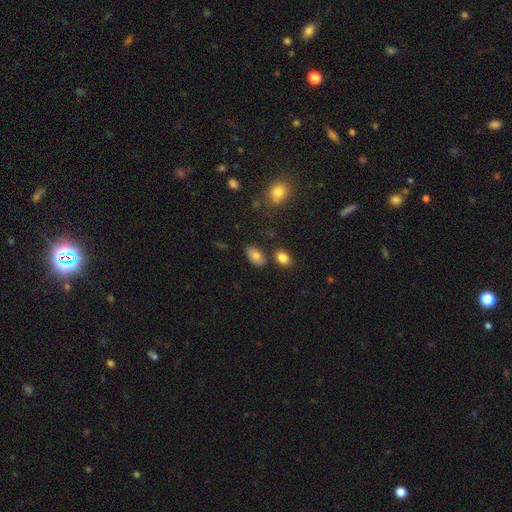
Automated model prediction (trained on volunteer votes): Morphology: type=smooth (79%); roundness=in between (91%); merging=none (76%).